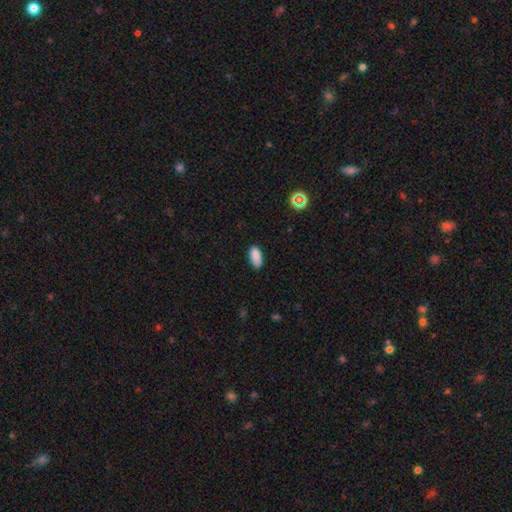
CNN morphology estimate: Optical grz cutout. It shows a smooth galaxy with no disk features (87%) that is in between round and cigar-shaped (91%). Merging: none (81%).